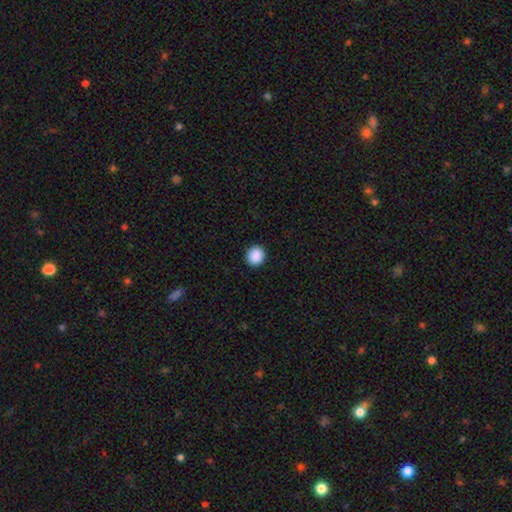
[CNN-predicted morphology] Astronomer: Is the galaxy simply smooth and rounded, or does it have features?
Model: smooth — 89%.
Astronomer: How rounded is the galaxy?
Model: round — 89%.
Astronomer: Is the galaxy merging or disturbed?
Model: none — 93%.